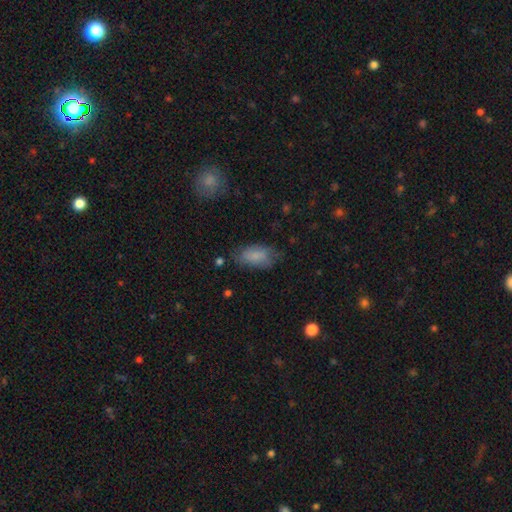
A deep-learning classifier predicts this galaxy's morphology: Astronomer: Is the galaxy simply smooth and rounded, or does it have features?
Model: smooth — 78%.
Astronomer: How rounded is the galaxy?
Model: in between — 92%.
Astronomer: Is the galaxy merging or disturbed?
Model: none — 60%.